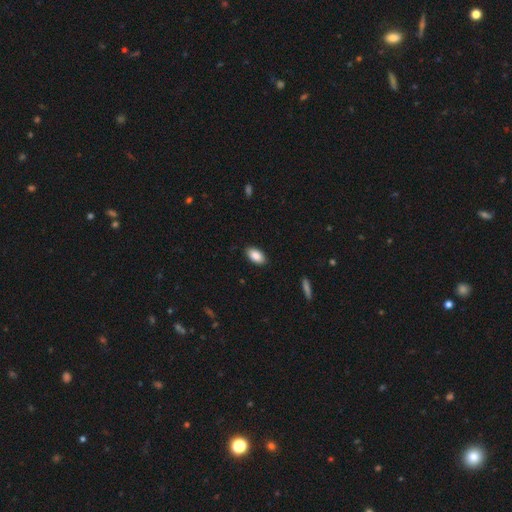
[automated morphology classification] The model was most divided on "merging": none: 88%, minor disturbance: 9%, major disturbance: 2%, merger: 1%. More confident: how rounded — in between (94%); smooth or featured — smooth (88%).